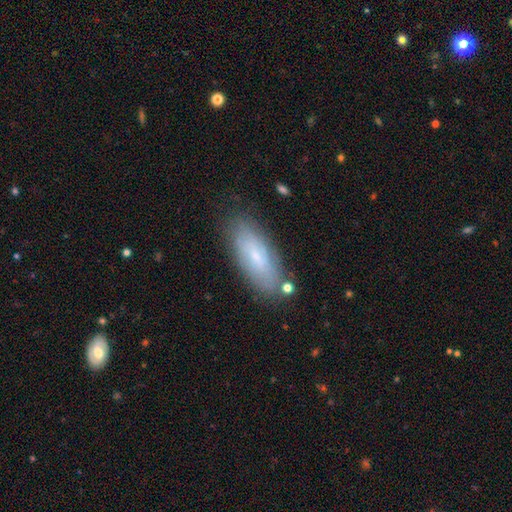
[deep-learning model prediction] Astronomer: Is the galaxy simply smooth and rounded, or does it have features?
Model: smooth — 60%.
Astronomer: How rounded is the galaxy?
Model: in between — 73%.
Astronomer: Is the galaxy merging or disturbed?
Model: none — 80%.